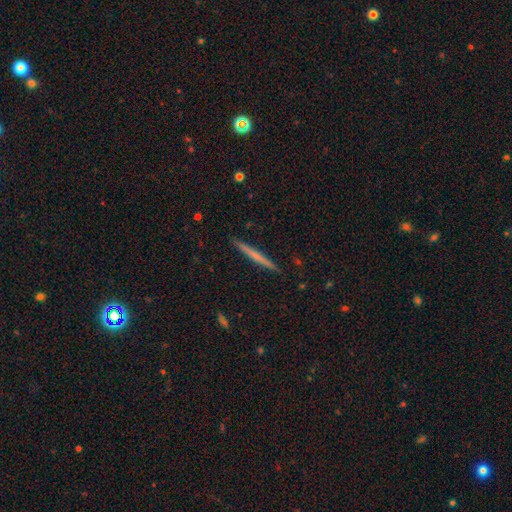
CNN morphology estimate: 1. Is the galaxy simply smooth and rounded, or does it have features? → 50% smooth, 45% featured or disk, 6% star or artifact.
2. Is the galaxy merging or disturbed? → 92% none, 5% minor disturbance, 1% major disturbance, 1% merger.